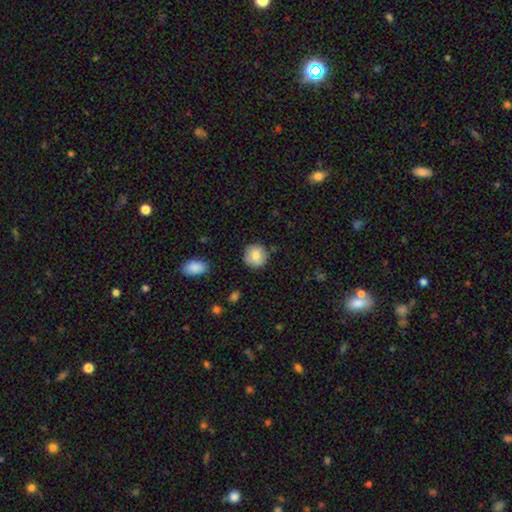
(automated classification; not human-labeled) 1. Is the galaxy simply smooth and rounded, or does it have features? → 77% smooth, 15% featured or disk, 8% star or artifact.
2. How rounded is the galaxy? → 89% round, 9% in between, 1% cigar-shaped.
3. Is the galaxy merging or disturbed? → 78% none, 16% minor disturbance, 3% major disturbance, 2% merger.